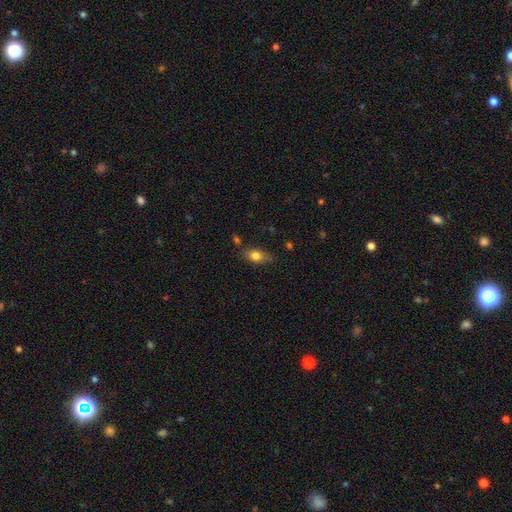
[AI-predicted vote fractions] Smooth or featured?
  - smooth: 76% *
  - featured or disk: 15%
  - star or artifact: 9%
How rounded?
  - in between: 79% *
  - round: 13%
  - cigar-shaped: 8%
Merging?
  - none: 73% *
  - minor disturbance: 20%
  - major disturbance: 4%
  - merger: 3%